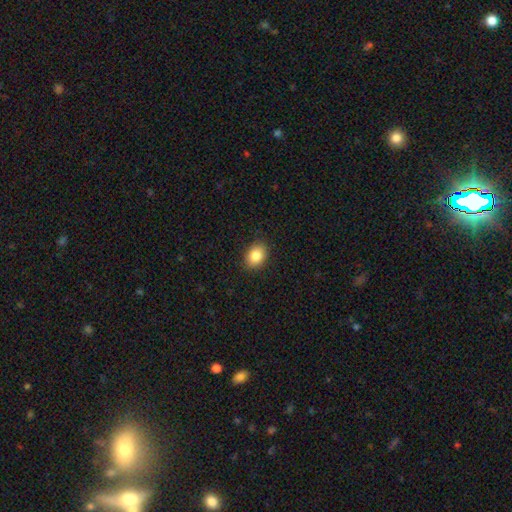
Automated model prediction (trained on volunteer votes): Smooth or featured? smooth (85%)
How rounded? in between (68%)
Merging? none (89%)